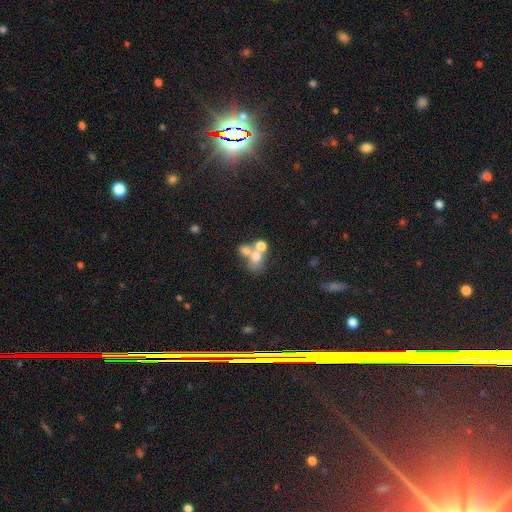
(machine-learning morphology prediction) This is likely a smooth galaxy (60%). How rounded: possibly round (55%). Merging: likely merger (60%).